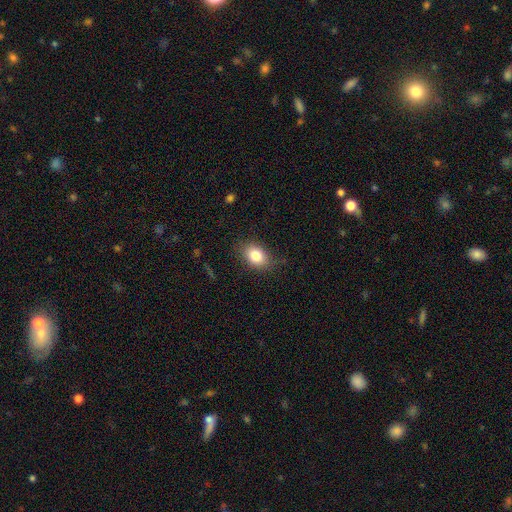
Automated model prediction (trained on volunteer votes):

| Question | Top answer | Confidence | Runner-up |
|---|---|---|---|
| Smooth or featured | smooth | 83% | star or artifact (9%) |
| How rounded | in between | 75% | round (24%) |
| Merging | none | 81% | minor disturbance (14%) |